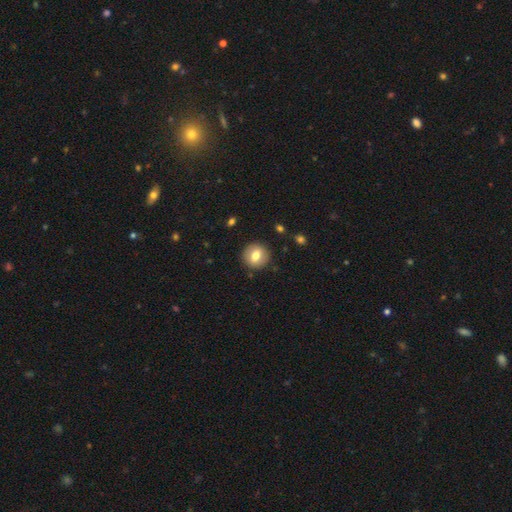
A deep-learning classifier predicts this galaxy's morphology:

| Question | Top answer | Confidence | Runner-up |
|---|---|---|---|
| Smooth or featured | smooth | 74% | featured or disk (17%) |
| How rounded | round | 88% | in between (11%) |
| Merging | none | 90% | minor disturbance (7%) |